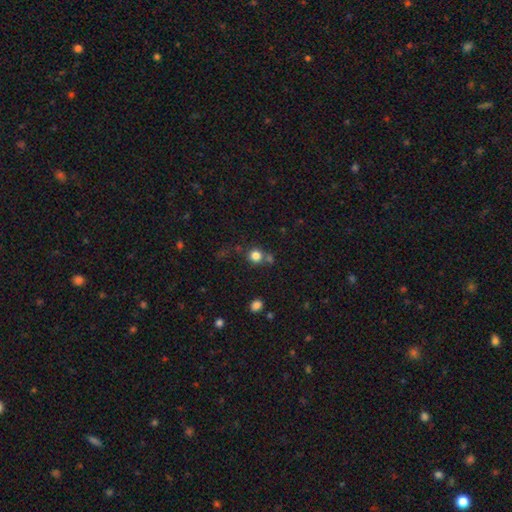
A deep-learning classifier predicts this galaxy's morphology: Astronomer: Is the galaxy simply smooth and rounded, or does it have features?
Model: smooth — 81%.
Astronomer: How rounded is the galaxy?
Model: round — 89%.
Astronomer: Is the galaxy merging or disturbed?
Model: none — 68%.